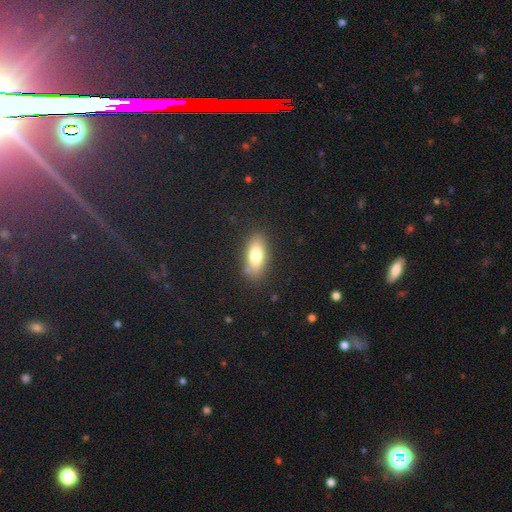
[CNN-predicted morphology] Overall: smooth (75%). How rounded: in between (82%). Merging: none (82%).